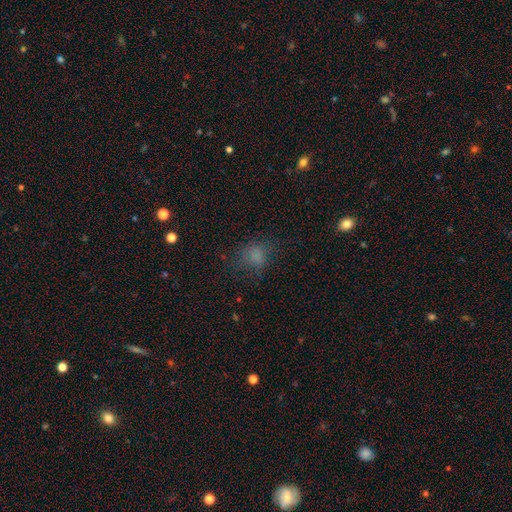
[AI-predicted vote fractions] A smooth galaxy with no disk features (71%) that is round (53%).

Vote fractions:
- Smooth or featured? smooth: 71% / star or artifact: 18% / featured or disk: 11%
- How rounded? round: 53% / in between: 46% / cigar-shaped: 2%
- Merging? none: 59% / minor disturbance: 21% / major disturbance: 18% / merger: 2%